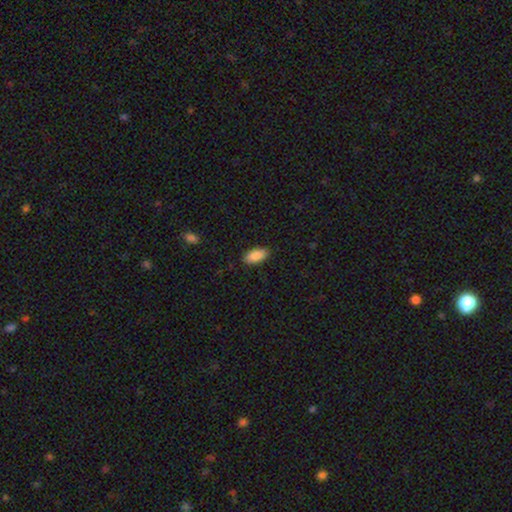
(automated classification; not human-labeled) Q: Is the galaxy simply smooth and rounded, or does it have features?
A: smooth — 89%.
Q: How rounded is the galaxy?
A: in between — 93%.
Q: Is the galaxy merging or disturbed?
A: none — 87%.